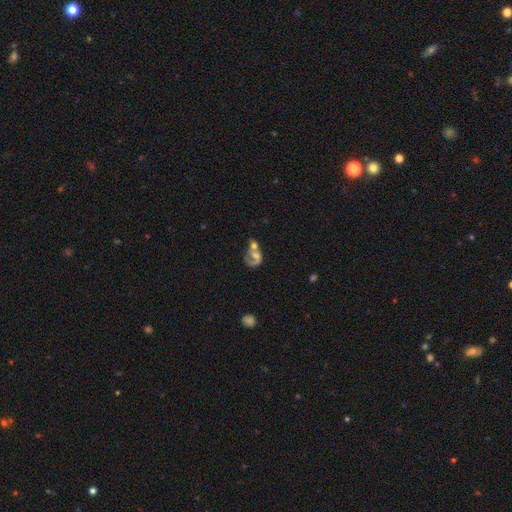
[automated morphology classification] A featured or disk galaxy (57%) with no bar (67%), spiral arms (63%) and a moderate central bulge (39%). Merging: merger (53%).